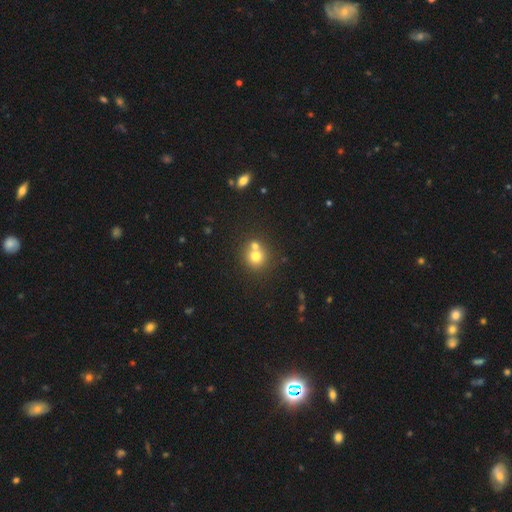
Smooth or featured? 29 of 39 (74%) said smooth. How rounded? 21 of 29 (72%) said round. Merging? 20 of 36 (56%) said none.